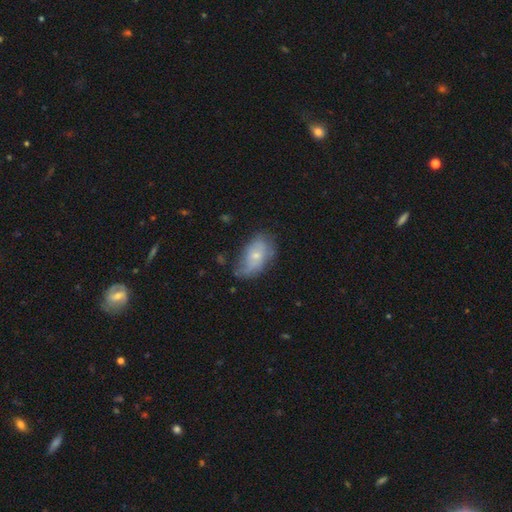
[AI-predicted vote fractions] smooth 54%, featured or disk 38%, star or artifact 8%. Down the decision tree: how rounded — in between (91%); merging — none (46%).